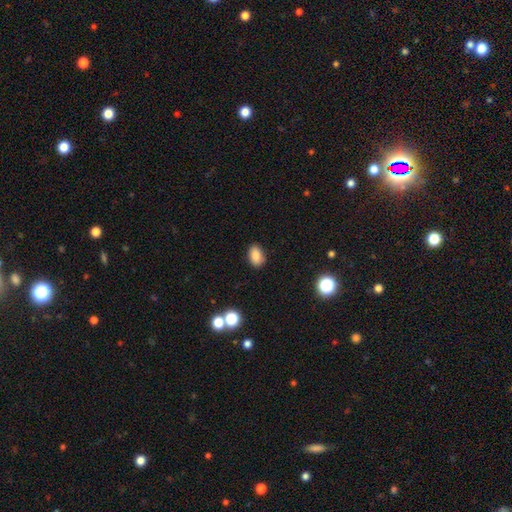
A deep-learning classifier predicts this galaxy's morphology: smooth-or-featured: smooth: 85% | star or artifact: 10% | featured or disk: 5%
  how-rounded: in between: 83% | round: 15% | cigar-shaped: 1%
  merging: none: 86% | minor disturbance: 11% | major disturbance: 2% | merger: 1%